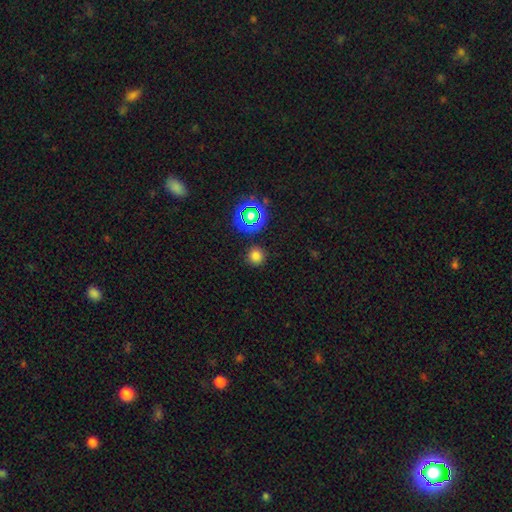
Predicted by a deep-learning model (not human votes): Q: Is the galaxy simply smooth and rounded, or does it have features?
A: smooth — 74%.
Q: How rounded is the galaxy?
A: round — 92%.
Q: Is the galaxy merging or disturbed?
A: none — 89%.